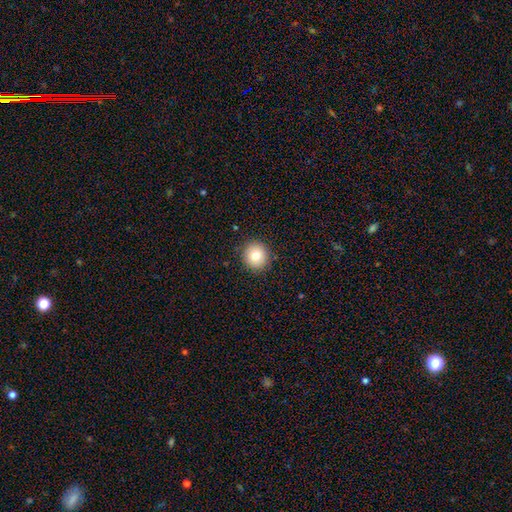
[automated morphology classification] A smooth galaxy with no disk features (80%) that is round (92%). Merging: none (90%).